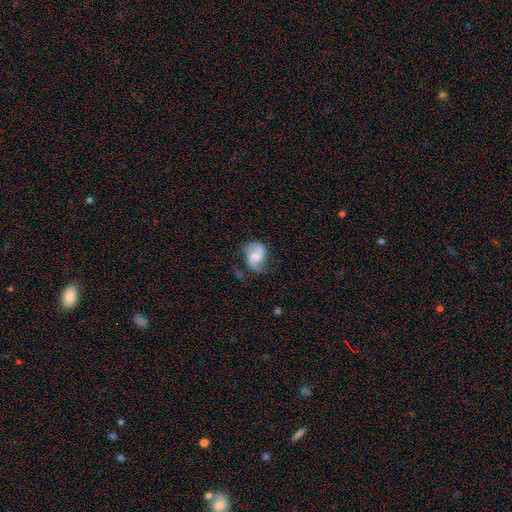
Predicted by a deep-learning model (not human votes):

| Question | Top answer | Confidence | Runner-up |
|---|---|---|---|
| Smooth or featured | featured or disk | 66% | smooth (27%) |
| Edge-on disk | no | 97% | yes (3%) |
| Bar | no | 46% | weak (42%) |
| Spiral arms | yes | 91% | no (9%) |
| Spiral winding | loose | 50% | medium (38%) |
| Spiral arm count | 2 | 86% | can't tell (6%) |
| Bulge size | moderate | 42% | small (37%) |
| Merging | none | 59% | minor disturbance (24%) |